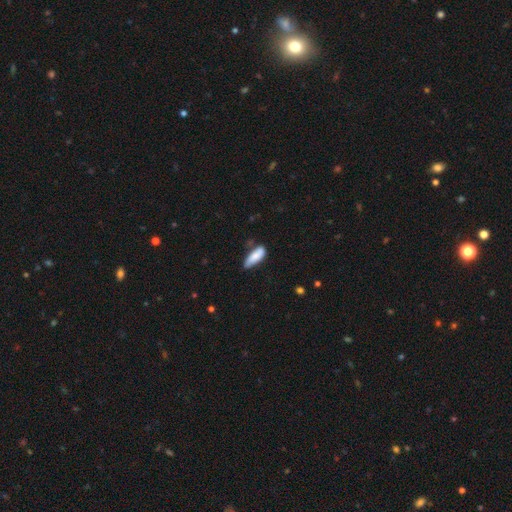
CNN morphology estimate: smooth 82%, featured or disk 12%, star or artifact 7%. Down the decision tree: how rounded — in between (66%); merging — none (48%).